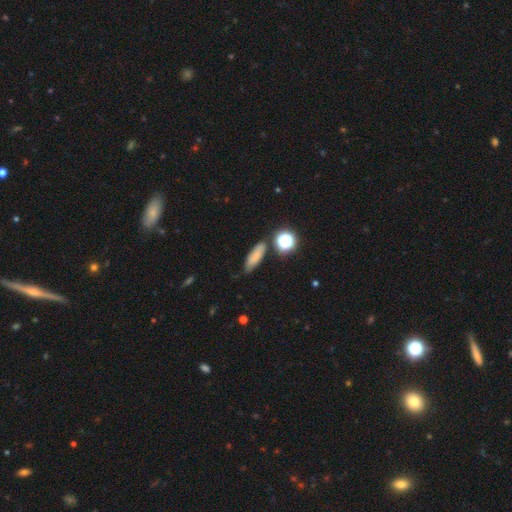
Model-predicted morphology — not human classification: Overall: smooth (73%). How rounded: in between (54%; cigar-shaped 38%). Merging: none (72%).